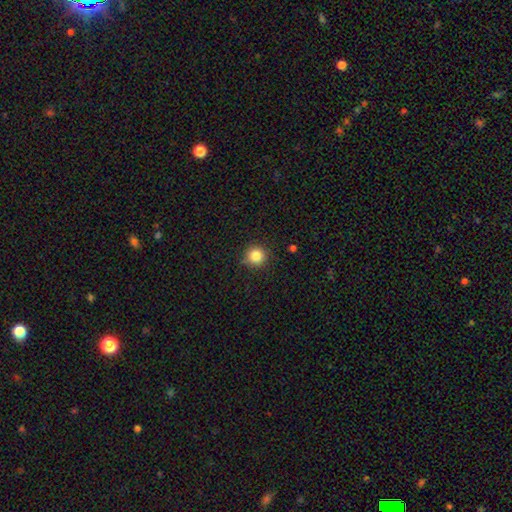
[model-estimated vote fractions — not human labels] This is clearly a smooth galaxy (84%). How rounded: clearly round (94%). Merging: clearly none (86%).